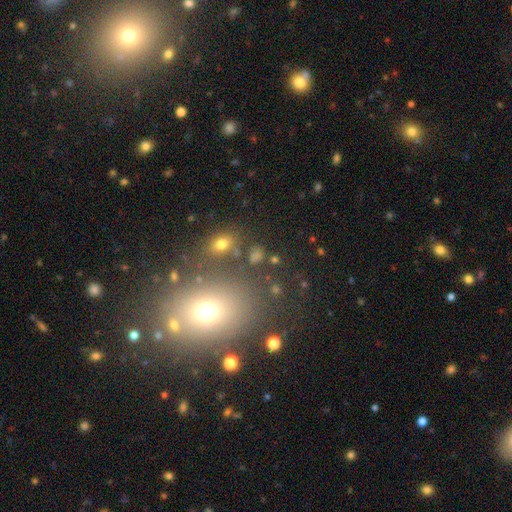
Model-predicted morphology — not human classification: Smooth or featured? Predicted: smooth (p=0.62). How rounded? Predicted: round (p=0.51). Merging? Predicted: none (p=0.72).